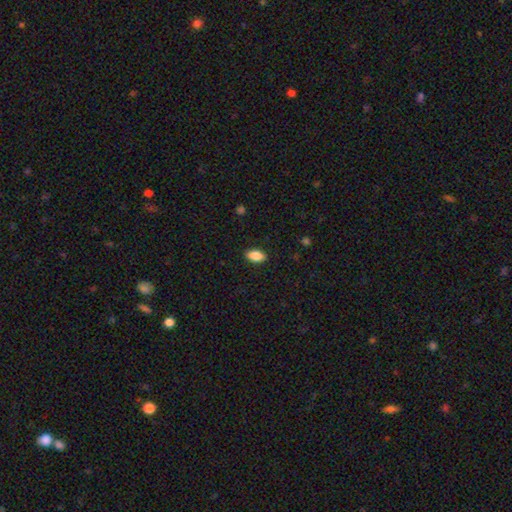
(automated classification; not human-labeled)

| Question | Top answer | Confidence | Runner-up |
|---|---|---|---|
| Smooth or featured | smooth | 87% | star or artifact (7%) |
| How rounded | in between | 91% | round (4%) |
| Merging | none | 88% | minor disturbance (9%) |